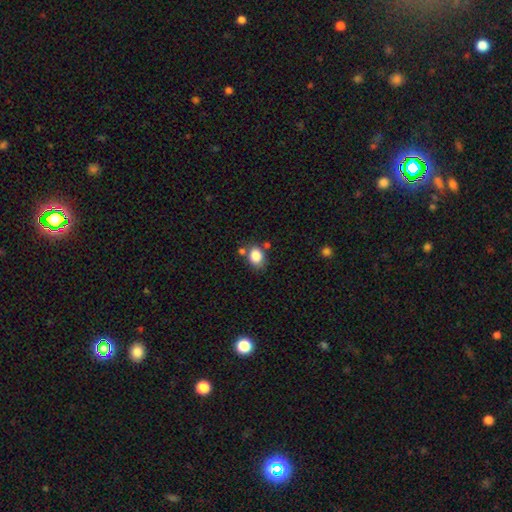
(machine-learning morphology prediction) type=smooth (85%); roundness=in between (55%); merging=none (67%).